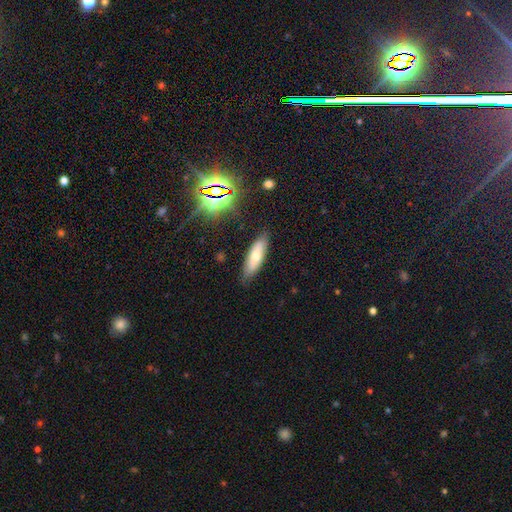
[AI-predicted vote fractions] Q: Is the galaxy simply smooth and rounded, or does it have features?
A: smooth — 58%.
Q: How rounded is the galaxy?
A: in between — 49%.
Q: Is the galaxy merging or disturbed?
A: none — 86%.